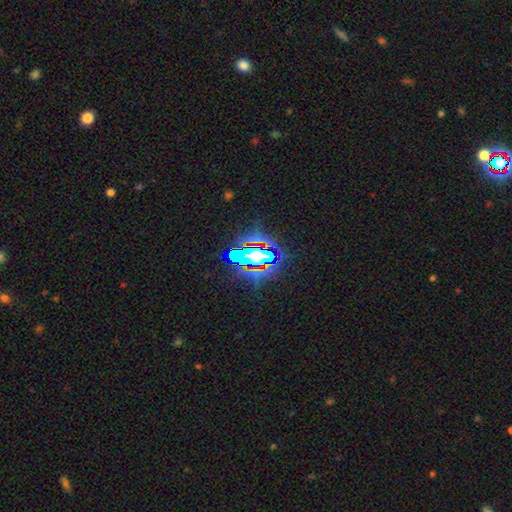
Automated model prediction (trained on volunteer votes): smooth-or-featured: star or artifact: 61% | smooth: 22% | featured or disk: 17%